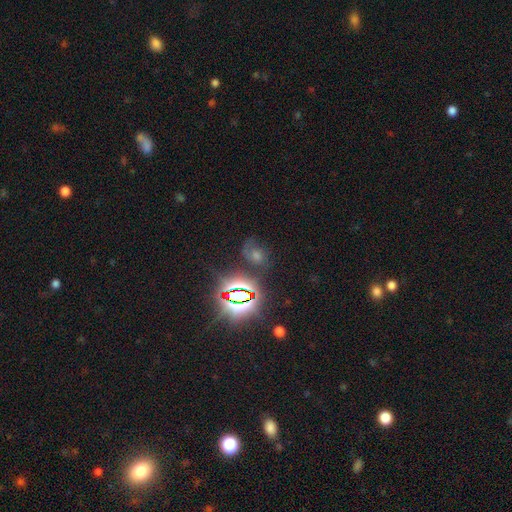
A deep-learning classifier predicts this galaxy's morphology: smooth-or-featured: star or artifact: 57% | smooth: 22% | featured or disk: 21%